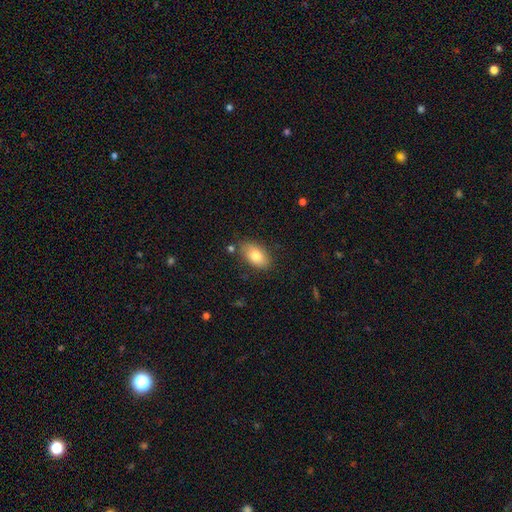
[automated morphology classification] This appears to be a smooth galaxy with no disk features (79%) that is in between round and cigar-shaped (92%). Merging: none (78%).